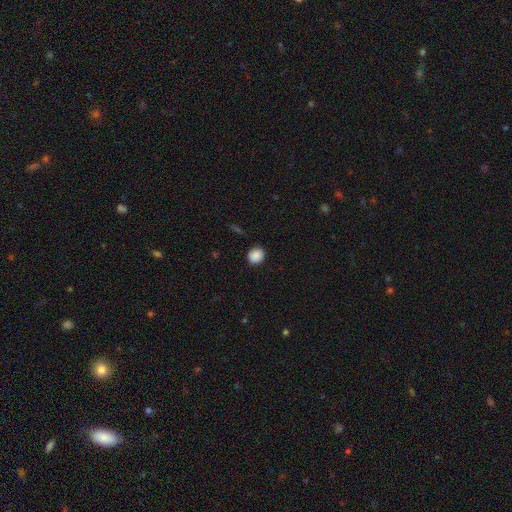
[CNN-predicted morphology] This appears to be a smooth galaxy with no disk features (89%) that is round (79%). Merging: none (89%).